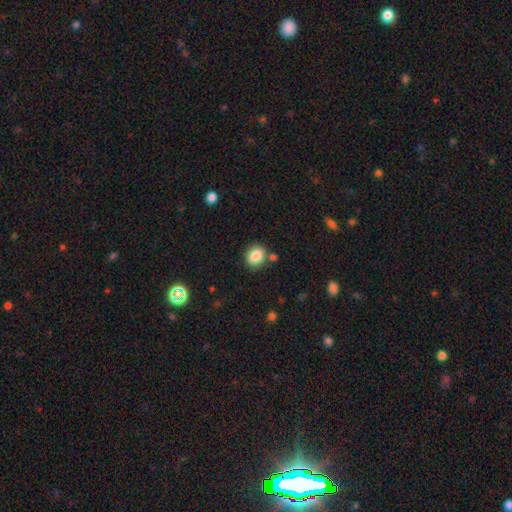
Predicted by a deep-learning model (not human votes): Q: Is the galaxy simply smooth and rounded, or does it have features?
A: smooth — 85%.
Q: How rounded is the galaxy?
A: round — 66%.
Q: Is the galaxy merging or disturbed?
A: none — 79%.